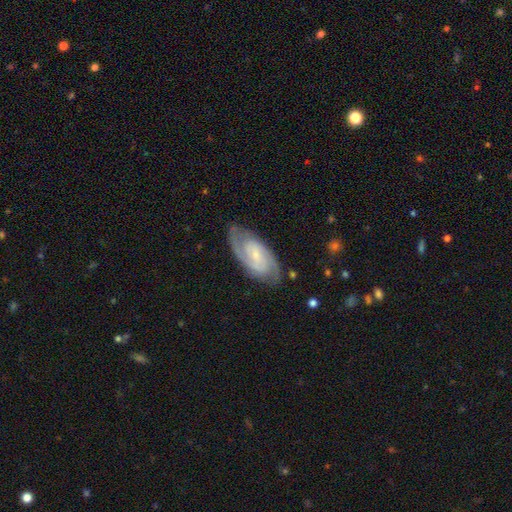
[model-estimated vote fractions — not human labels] Smooth or featured: featured or disk — 85% (smooth — 10%)
Edge-on disk: no — 95% (yes — 5%)
Bar: weak — 43% (no — 40%)
Spiral arms: yes — 97% (no — 3%)
Spiral winding: tight — 49% (medium — 43%)
Spiral arm count: 2 — 84% (can't tell — 7%)
Bulge size: small — 73% (moderate — 18%)
Merging: none — 81% (minor disturbance — 14%)